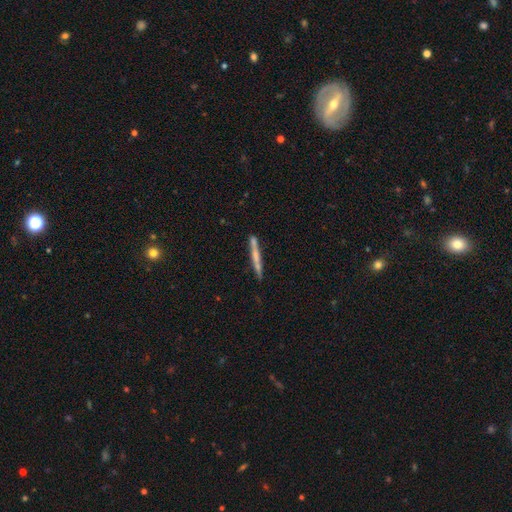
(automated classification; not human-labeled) smooth-or-featured: featured or disk: 47% (tied) | smooth: 47% (tied) | star or artifact: 6%
  merging: none: 82% | minor disturbance: 11% | merger: 5% | major disturbance: 2%